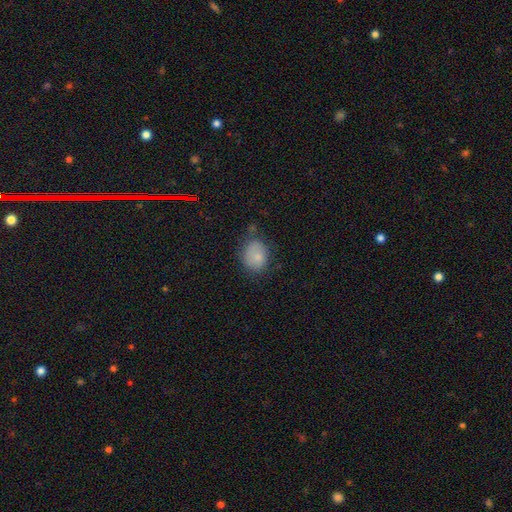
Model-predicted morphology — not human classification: Smooth or featured? Predicted: smooth (p=0.80). How rounded? Predicted: round (p=0.54). Merging? Predicted: none (p=0.60).